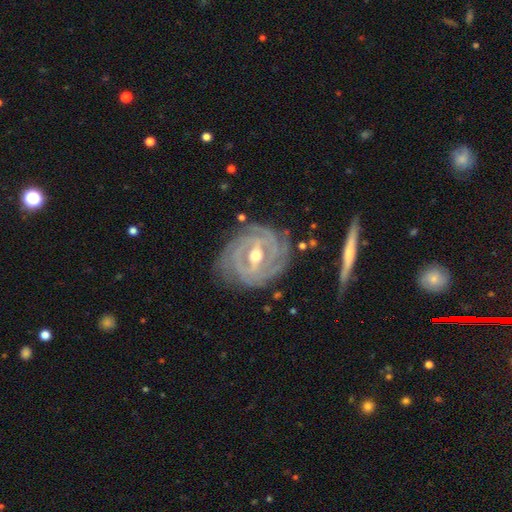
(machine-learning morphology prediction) type=featured or disk (92%); edge-on=no (96%); bar=strong (50%); spiral arms=yes (97%); winding=tight (79%); arm count=3 (31%); bulge=moderate (72%); merging=none (78%).